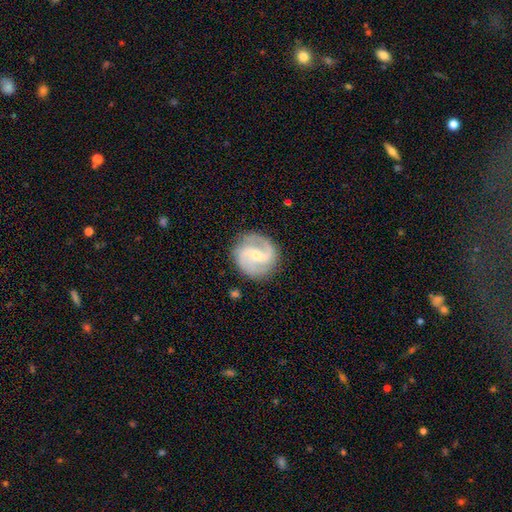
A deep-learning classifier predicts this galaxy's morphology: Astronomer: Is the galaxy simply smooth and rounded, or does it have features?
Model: featured or disk — 87%.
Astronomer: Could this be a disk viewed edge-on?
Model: no — 98%.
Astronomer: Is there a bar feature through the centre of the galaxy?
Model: weak — 50% (runner-up: strong, 27%).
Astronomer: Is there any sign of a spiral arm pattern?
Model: yes — 97%.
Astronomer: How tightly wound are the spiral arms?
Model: medium — 53%.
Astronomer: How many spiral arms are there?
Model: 2 — 90%.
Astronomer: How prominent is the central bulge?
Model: small — 58% (runner-up: moderate, 35%).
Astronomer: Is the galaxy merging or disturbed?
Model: none — 84%.